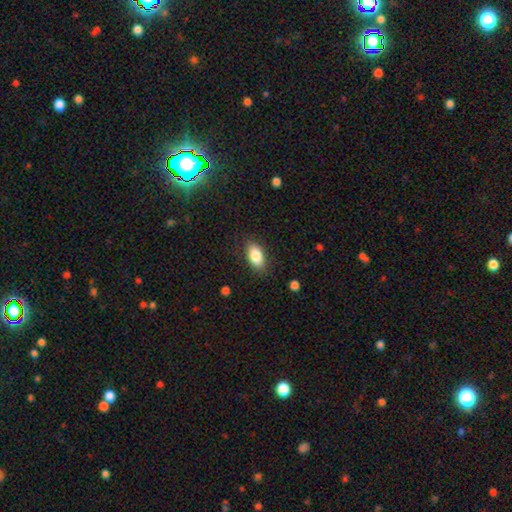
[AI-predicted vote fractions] Smooth or featured: smooth — 85% (featured or disk — 8%)
How rounded: in between — 90% (round — 5%)
Merging: none — 84% (minor disturbance — 12%)